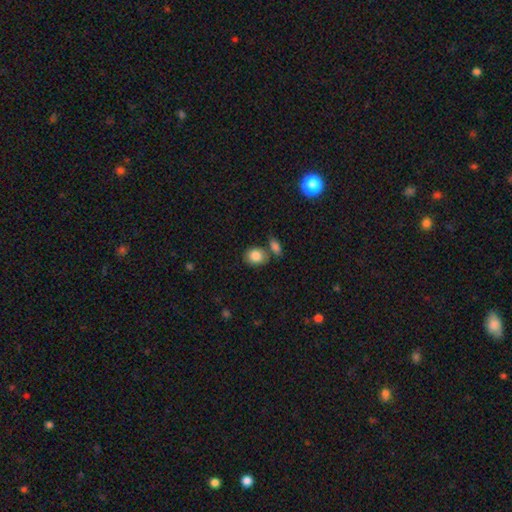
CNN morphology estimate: Q: Smooth or featured?
A: smooth (87%); runner-up: star or artifact (7%)
Q: How rounded?
A: round (54%); runner-up: in between (45%)
Q: Merging?
A: none (62%); runner-up: merger (21%)